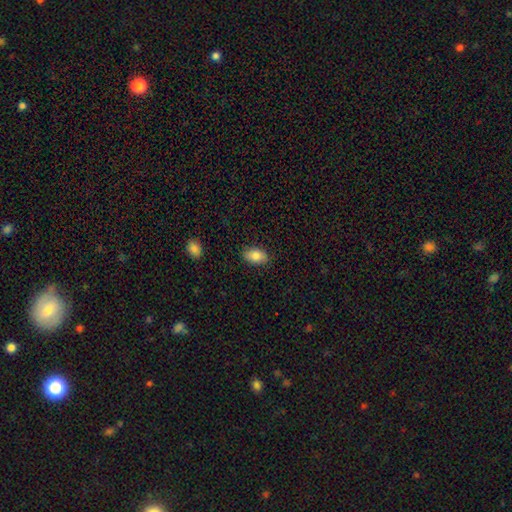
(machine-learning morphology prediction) Smooth or featured: smooth — 85% (featured or disk — 8%)
How rounded: in between — 92% (round — 6%)
Merging: none — 87% (minor disturbance — 10%)